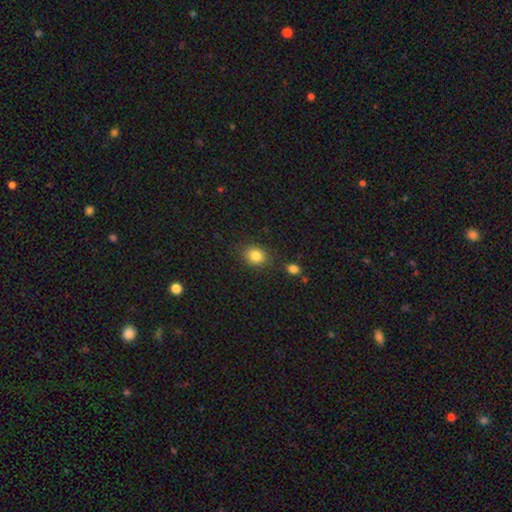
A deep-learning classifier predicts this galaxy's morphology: This is clearly a smooth galaxy (84%). How rounded: possibly round (50%). Merging: clearly none (83%).